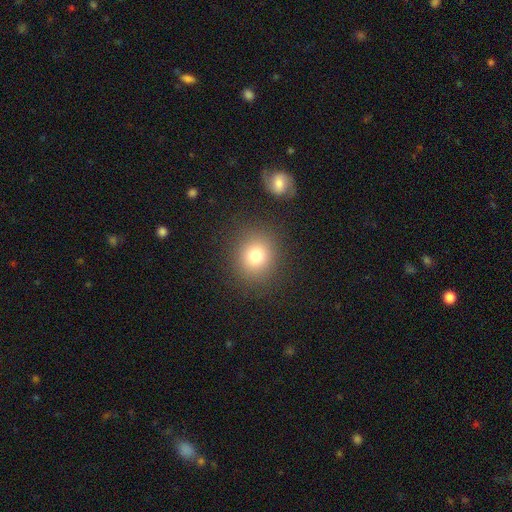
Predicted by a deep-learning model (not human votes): Smooth or featured? smooth (77%)
How rounded? round (83%)
Merging? none (86%)